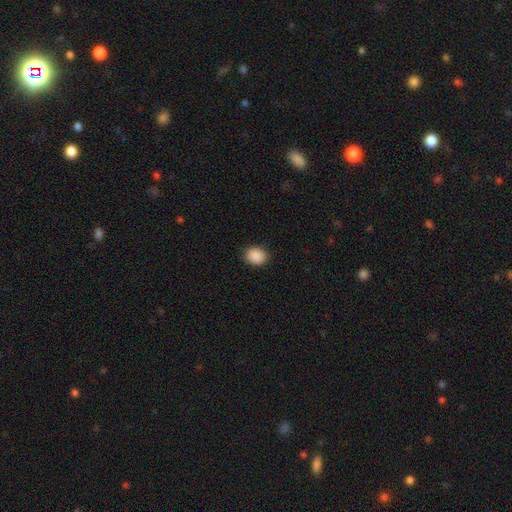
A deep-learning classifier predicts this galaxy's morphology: This is clearly a smooth galaxy (90%). How rounded: possibly round (54%). Merging: clearly none (86%).